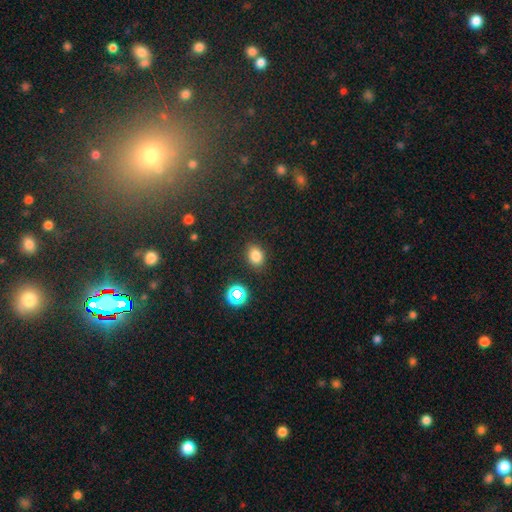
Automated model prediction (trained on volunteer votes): A smooth galaxy with no disk features (79%) that is in between round and cigar-shaped (62%). Merging: none (85%).